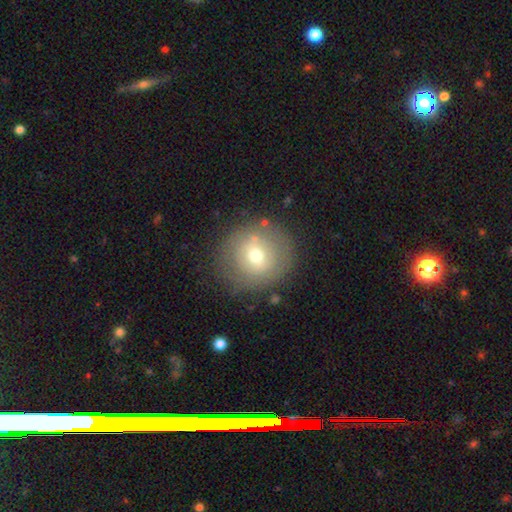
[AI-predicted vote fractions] A smooth galaxy with no disk features (61%) that is round (91%). Merging: none (81%).